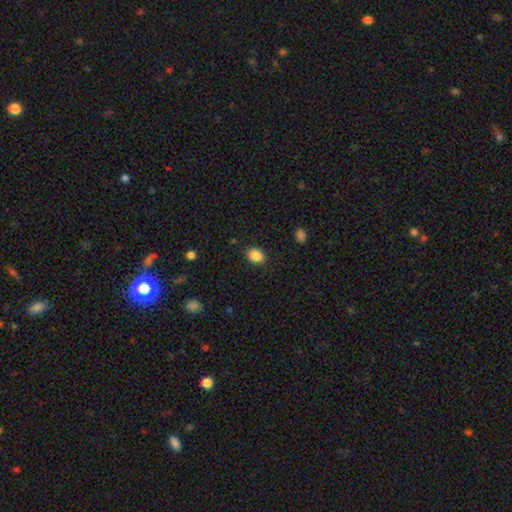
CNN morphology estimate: A smooth galaxy with no disk features (87%) that is in between round and cigar-shaped (63%).

Vote fractions:
- Smooth or featured? smooth: 87% / star or artifact: 9% / featured or disk: 4%
- How rounded? in between: 63% / round: 37% / cigar-shaped: 1%
- Merging? none: 88% / minor disturbance: 8% / major disturbance: 2% / merger: 1%